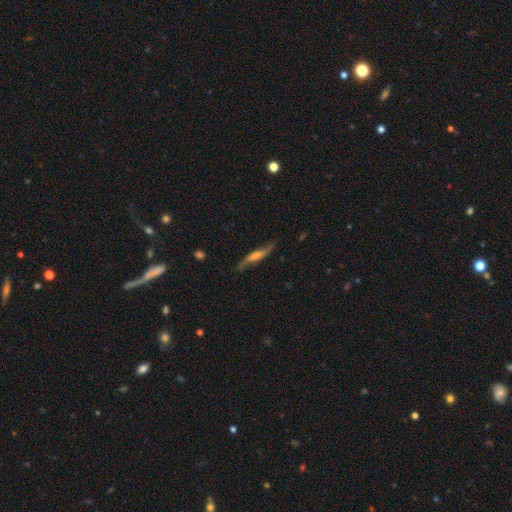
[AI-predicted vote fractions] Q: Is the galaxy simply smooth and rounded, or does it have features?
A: featured or disk — 74%.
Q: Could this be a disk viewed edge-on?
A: no — 61%.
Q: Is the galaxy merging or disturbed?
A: none — 75%.